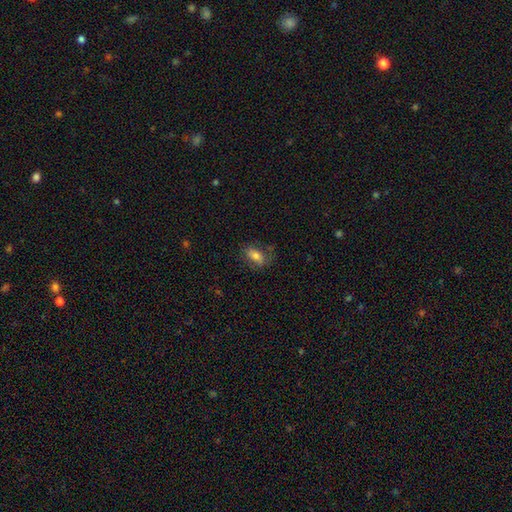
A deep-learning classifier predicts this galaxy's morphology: type=smooth (73%); roundness=in between (85%); merging=none (69%).